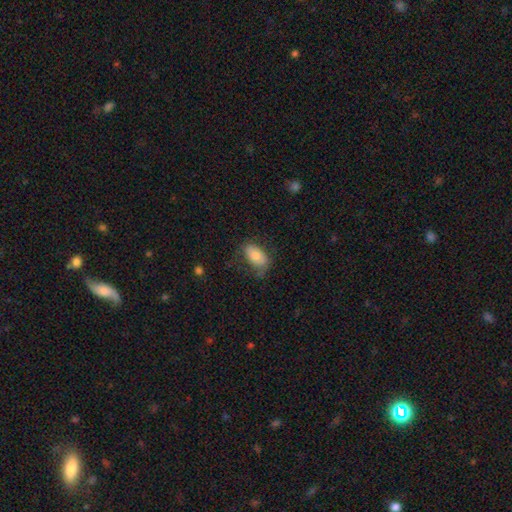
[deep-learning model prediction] Smooth or featured?
  - smooth: 73% *
  - featured or disk: 20%
  - star or artifact: 7%
How rounded?
  - in between: 91% *
  - round: 6%
  - cigar-shaped: 2%
Merging?
  - none: 60% *
  - minor disturbance: 25%
  - major disturbance: 14%
  - merger: 2%